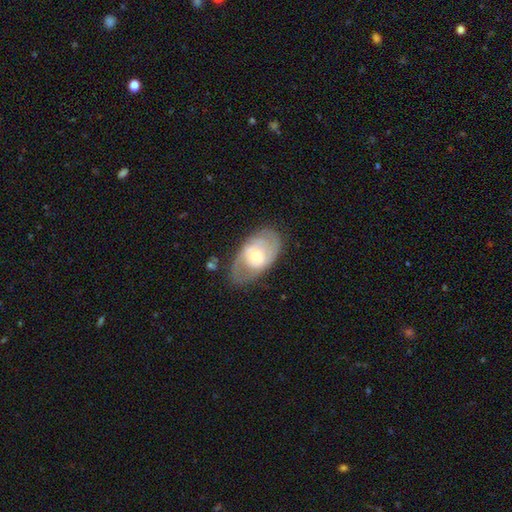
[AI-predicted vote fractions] smooth_or_featured: featured or disk (p=0.60) [alt: smooth p=0.33]
disk_edge_on: no (p=0.92) [alt: yes p=0.08]
bar: no (p=0.55) [alt: weak p=0.35]
has_spiral_arms: yes (p=0.66) [alt: no p=0.34]
bulge_size: moderate (p=0.57) [alt: small p=0.33]
merging: none (p=0.71) [alt: minor disturbance p=0.19]